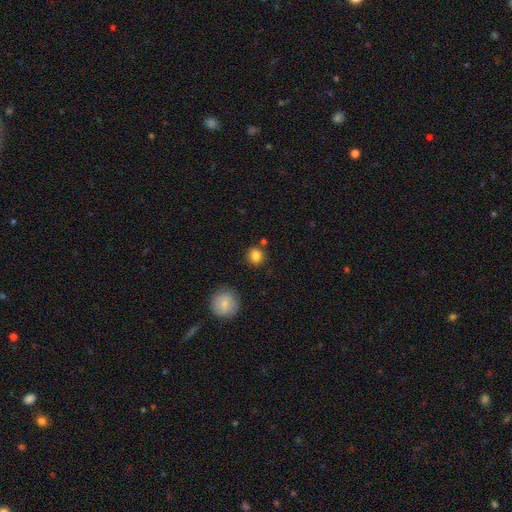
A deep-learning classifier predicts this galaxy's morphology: Smooth or featured: smooth — 83% (star or artifact — 11%)
How rounded: round — 84% (in between — 15%)
Merging: none — 83% (minor disturbance — 8%)